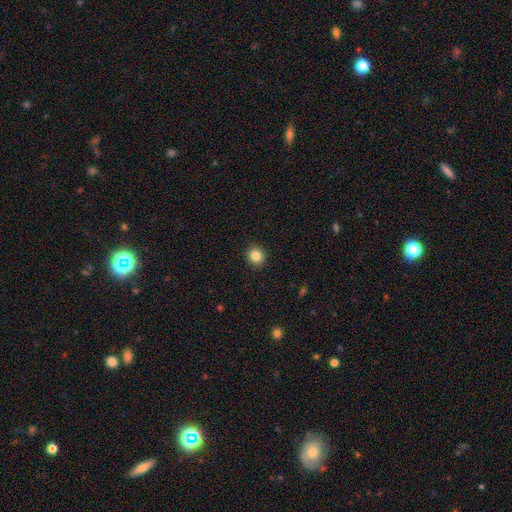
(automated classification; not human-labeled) Morphology: type=smooth (85%); roundness=round (90%); merging=none (93%).